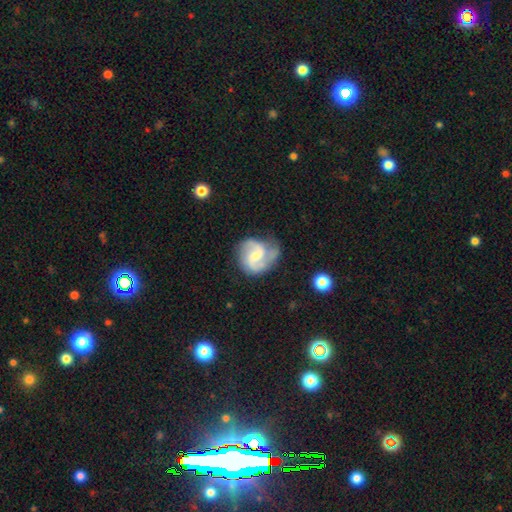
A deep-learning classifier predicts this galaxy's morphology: A featured or disk galaxy (85%) with a weak bar (56%), 2 (84%) medium (55%) spiral arms (97%) and a small central bulge (47%).

Vote fractions:
- Smooth or featured? featured or disk: 85% / smooth: 10% / star or artifact: 5%
- Edge-on disk? no: 98% / yes: 2%
- Bar? weak: 56% / no: 29% / strong: 15%
- Spiral arms? yes: 97% / no: 3%
- Spiral winding? medium: 55% / loose: 26% / tight: 18%
- Spiral arm count? 2: 84% / 3: 6% / can't tell: 4% / 1: 3% / 4: 1% / more than 4: 1%
- Bulge size? small: 47% / moderate: 40% / none: 9% / large: 3% / dominant: 1%
- Merging? none: 66% / minor disturbance: 22% / major disturbance: 10% / merger: 2%